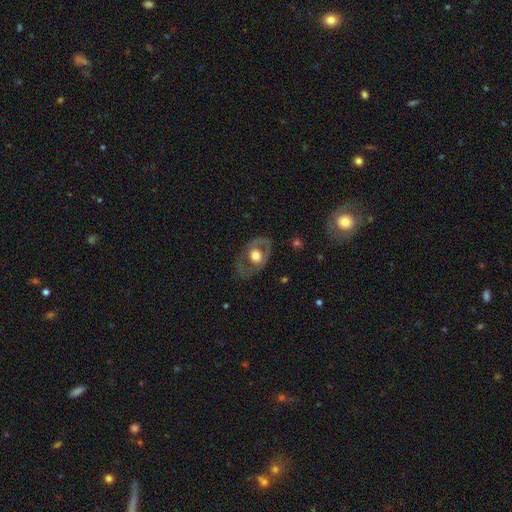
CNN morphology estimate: Overall: featured or disk (55%; smooth 39%). Edge-on disk: no (91%). Bar: no (86%). Spiral arms: no (80%). Bulge size: moderate (47%; large 45%). Merging: none (69%).